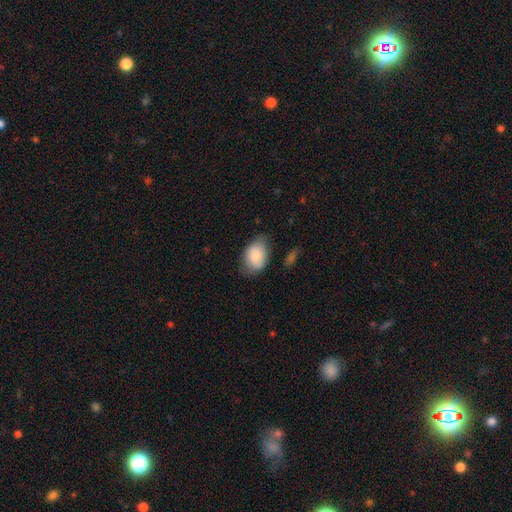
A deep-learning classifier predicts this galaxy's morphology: Smooth or featured? smooth (81%)
How rounded? in between (77%)
Merging? none (62%)